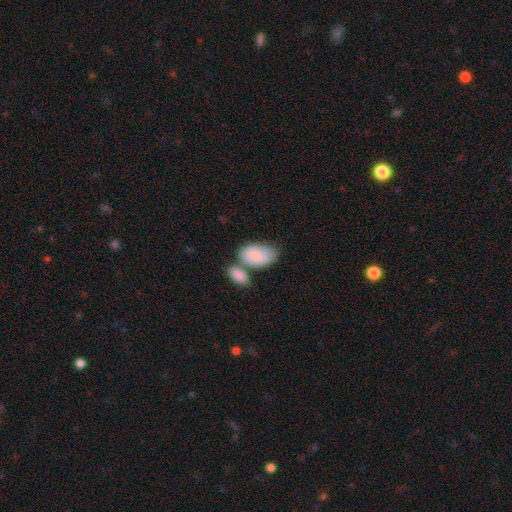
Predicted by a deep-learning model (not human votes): Smooth or featured: smooth — 86% (featured or disk — 9%)
How rounded: in between — 95% (round — 4%)
Merging: none — 41% (merger — 39%)